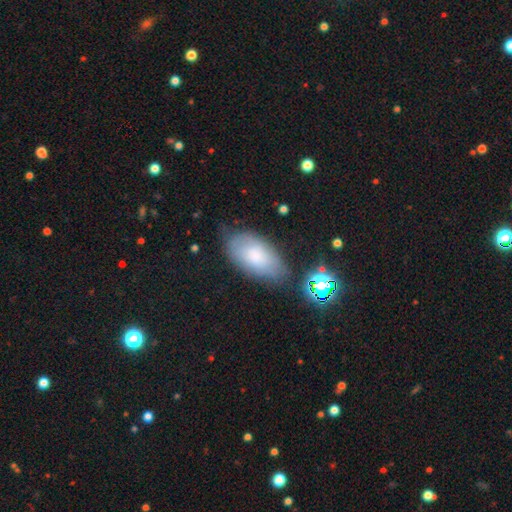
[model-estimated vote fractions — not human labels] Morphology: type=smooth (73%); roundness=in between (94%); merging=none (66%).